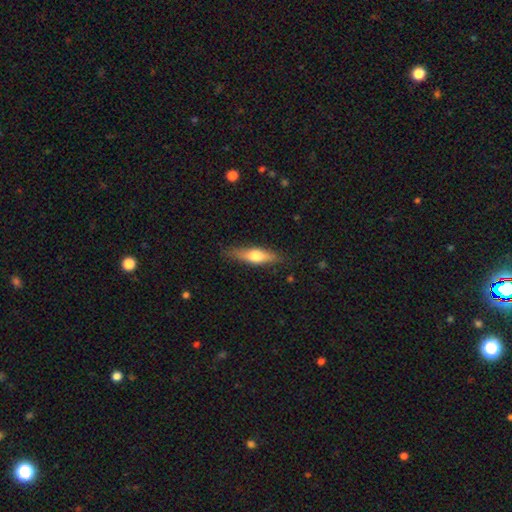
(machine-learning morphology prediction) Smooth or featured? smooth (54%)
How rounded? cigar-shaped (63%)
Merging? none (83%)